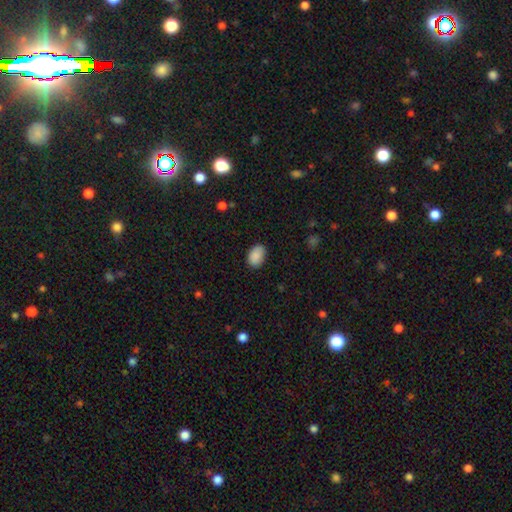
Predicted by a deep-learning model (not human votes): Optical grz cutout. It shows a smooth galaxy with no disk features (89%) that is in between round and cigar-shaped (87%). Merging: none (83%).